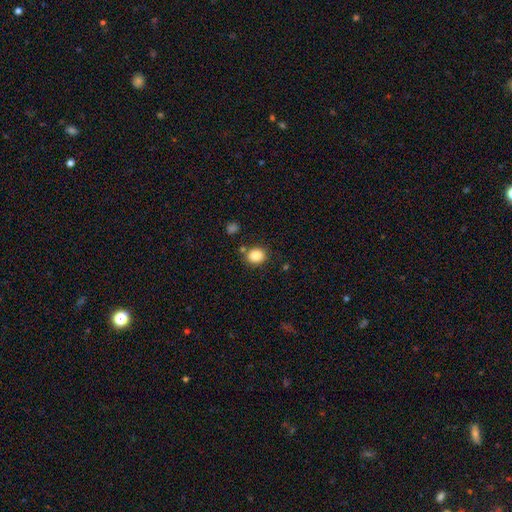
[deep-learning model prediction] Smooth or featured? smooth (87%)
How rounded? round (64%)
Merging? none (79%)